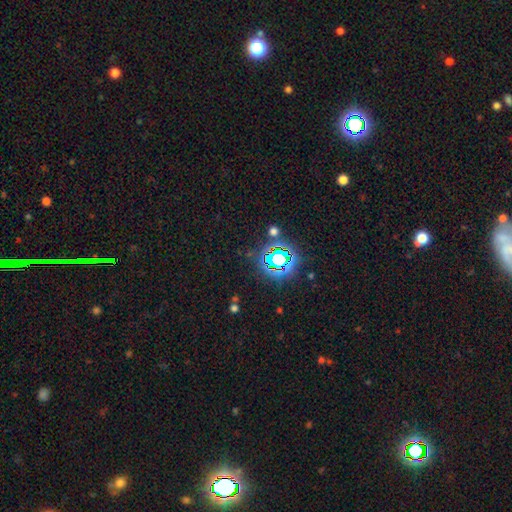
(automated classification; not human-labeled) A star or artifact, not a galaxy (80%).

Vote fractions:
- Smooth or featured? star or artifact: 80% / smooth: 13% / featured or disk: 7%